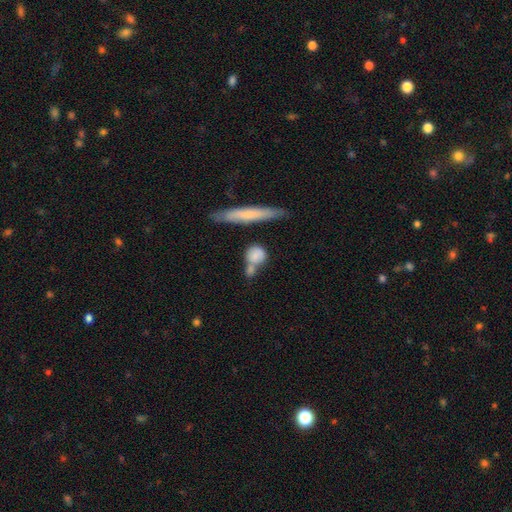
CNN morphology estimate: A smooth galaxy with no disk features (76%) that is round (62%).

Vote fractions:
- Smooth or featured? smooth: 76% / featured or disk: 17% / star or artifact: 7%
- How rounded? round: 62% / in between: 21% / cigar-shaped: 16%
- Merging? none: 48% / merger: 32% / minor disturbance: 14% / major disturbance: 6%